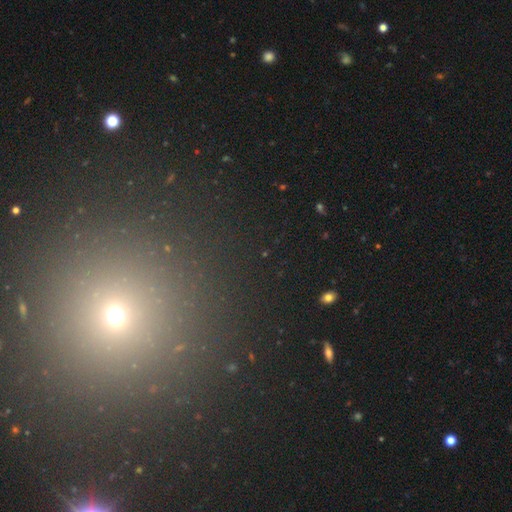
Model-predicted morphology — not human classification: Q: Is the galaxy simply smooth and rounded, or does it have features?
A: star or artifact — 53%.